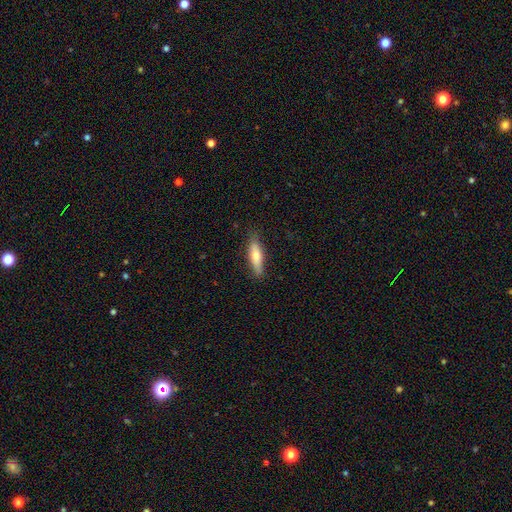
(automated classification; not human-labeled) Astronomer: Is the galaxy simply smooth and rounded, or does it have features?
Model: smooth — 67%.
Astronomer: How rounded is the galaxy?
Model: cigar-shaped — 64%.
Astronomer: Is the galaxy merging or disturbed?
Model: none — 82%.